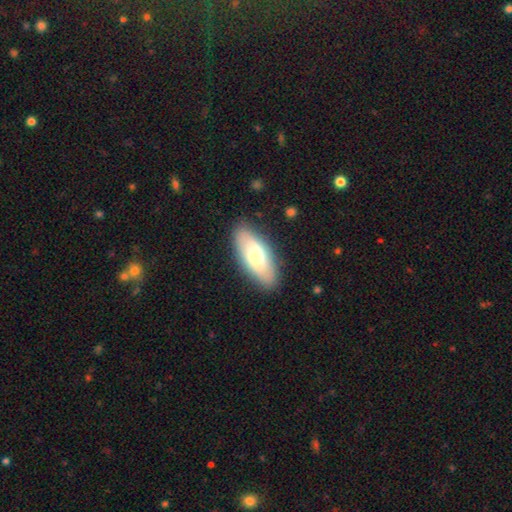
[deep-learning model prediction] smooth-or-featured: smooth: 68% | featured or disk: 26% | star or artifact: 6%
  how-rounded: in between: 80% | cigar-shaped: 18% | round: 2%
  merging: none: 85% | minor disturbance: 11% | major disturbance: 3% | merger: 1%